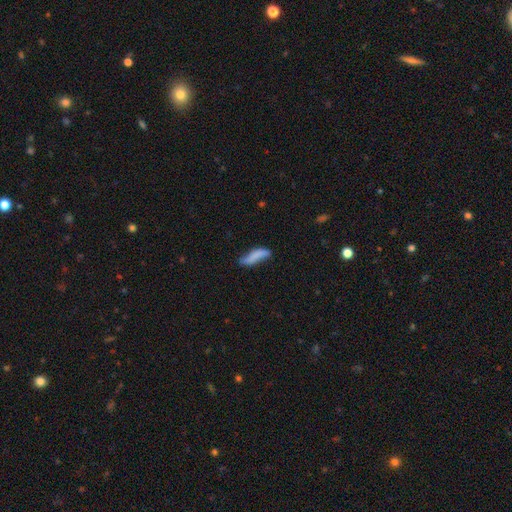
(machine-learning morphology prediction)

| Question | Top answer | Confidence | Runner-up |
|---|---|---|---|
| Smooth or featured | smooth | 66% | featured or disk (26%) |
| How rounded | cigar-shaped | 61% | in between (37%) |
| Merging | none | 55% | minor disturbance (31%) |